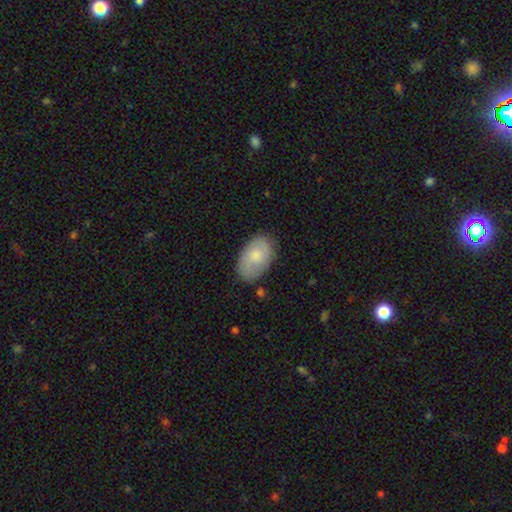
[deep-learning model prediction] Smooth or featured: smooth — 76% (featured or disk — 18%)
How rounded: in between — 92% (round — 7%)
Merging: none — 77% (minor disturbance — 17%)